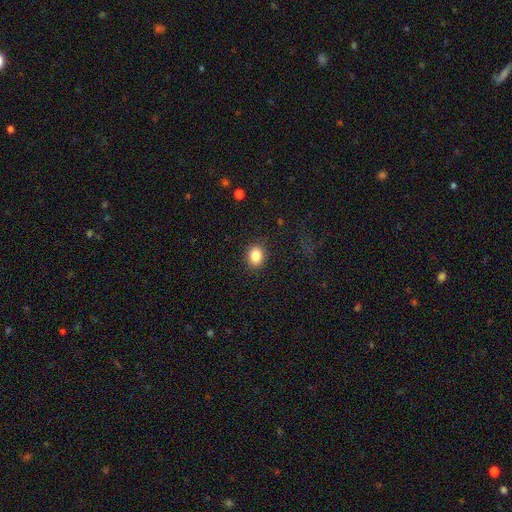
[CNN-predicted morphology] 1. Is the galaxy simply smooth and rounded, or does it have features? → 85% smooth, 9% star or artifact, 5% featured or disk.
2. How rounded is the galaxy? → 53% in between, 46% round, 1% cigar-shaped.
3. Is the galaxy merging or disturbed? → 87% none, 9% minor disturbance, 3% major disturbance, 1% merger.